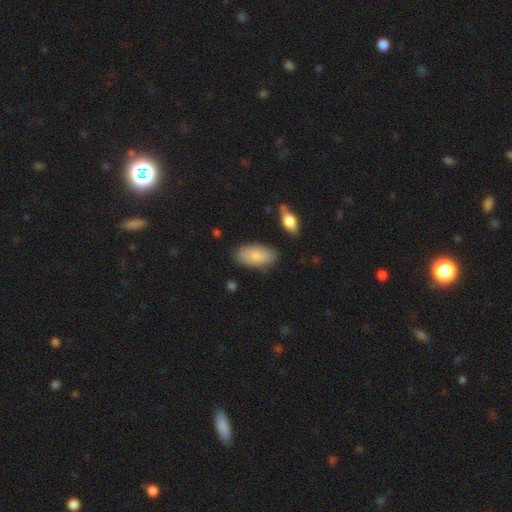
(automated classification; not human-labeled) Smooth or featured?
  - smooth: 79% *
  - featured or disk: 16%
  - star or artifact: 6%
How rounded?
  - in between: 93% *
  - cigar-shaped: 5%
  - round: 2%
Merging?
  - none: 78% *
  - minor disturbance: 16%
  - major disturbance: 3%
  - merger: 3%